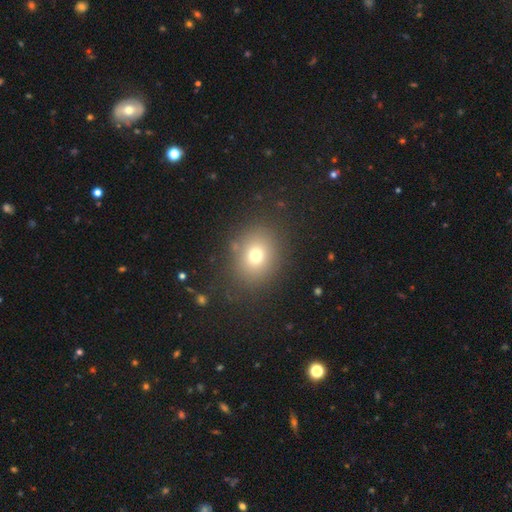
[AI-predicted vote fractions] Smooth or featured? Predicted: smooth (p=0.72). How rounded? Predicted: round (p=0.65). Merging? Predicted: none (p=0.84).